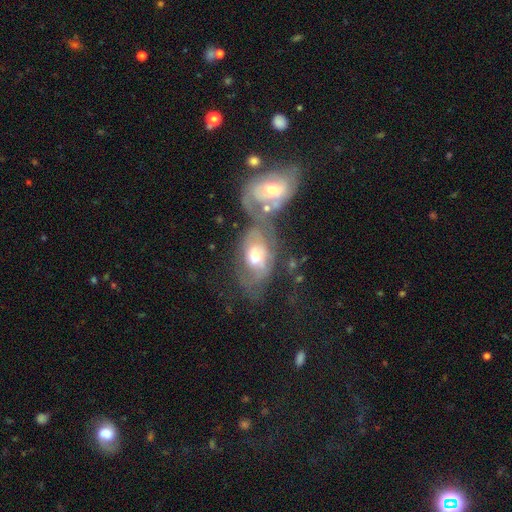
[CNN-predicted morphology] smooth-or-featured: featured or disk: 68% | smooth: 25% | star or artifact: 7%
  disk-edge-on: no: 94% | yes: 6%
    bar: no: 66% | weak: 27% | strong: 7%
    has-spiral-arms: yes: 75% | no: 25%
    bulge-size: moderate: 62% | large: 26% | small: 8% | dominant: 2% | none: 2%
  merging: merger: 59% | none: 19% | major disturbance: 11% | minor disturbance: 11%